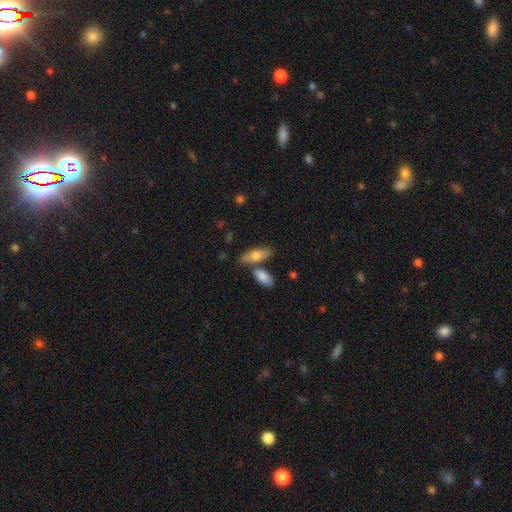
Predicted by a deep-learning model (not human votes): smooth-or-featured: smooth: 74% | featured or disk: 20% | star or artifact: 6%
  how-rounded: in between: 73% | cigar-shaped: 24% | round: 3%
  merging: none: 63% | merger: 21% | minor disturbance: 12% | major disturbance: 3%